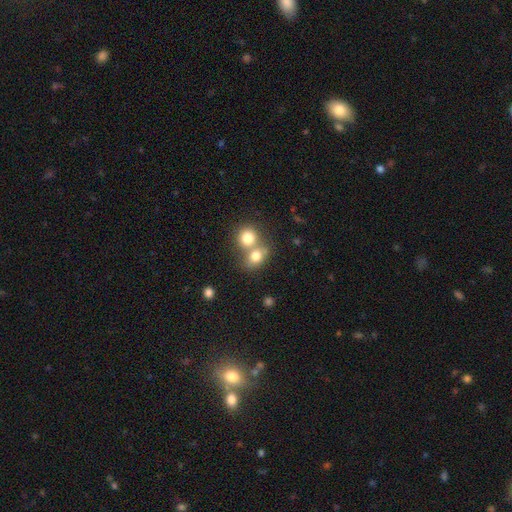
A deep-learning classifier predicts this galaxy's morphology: Overall: smooth (77%). How rounded: round (56%; in between 43%). Merging: merger (54%; none 35%).